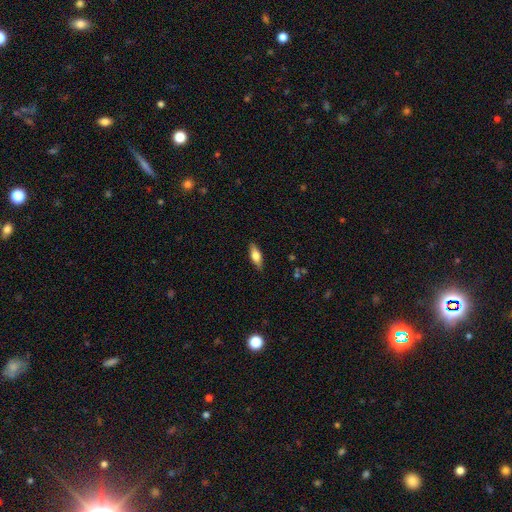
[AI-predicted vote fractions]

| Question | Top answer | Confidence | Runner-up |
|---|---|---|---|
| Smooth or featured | smooth | 58% | featured or disk (36%) |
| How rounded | in between | 62% | cigar-shaped (36%) |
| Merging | none | 87% | minor disturbance (10%) |